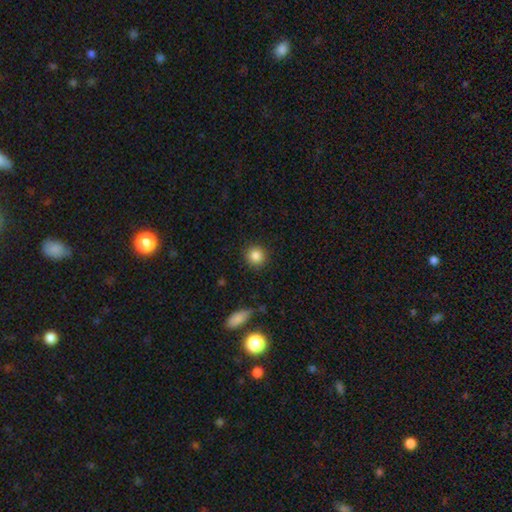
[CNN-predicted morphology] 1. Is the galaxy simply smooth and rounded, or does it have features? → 86% smooth, 9% star or artifact, 5% featured or disk.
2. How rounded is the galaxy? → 92% round, 7% in between, 1% cigar-shaped.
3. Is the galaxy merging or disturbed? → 89% none, 7% minor disturbance, 2% major disturbance, 1% merger.